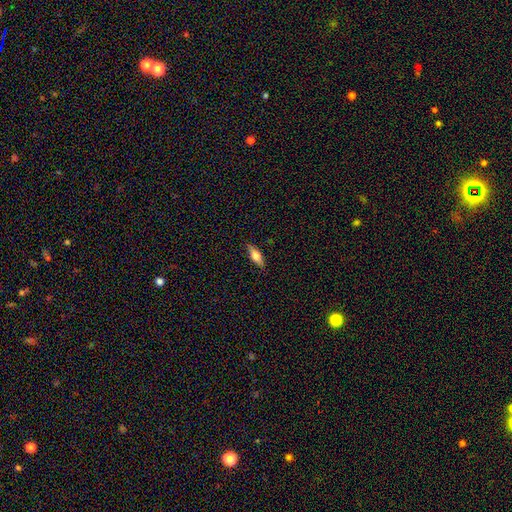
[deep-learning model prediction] A smooth galaxy with no disk features (62%) that is in between round and cigar-shaped (58%).

Vote fractions:
- Smooth or featured? smooth: 62% / featured or disk: 32% / star or artifact: 7%
- How rounded? in between: 58% / cigar-shaped: 39% / round: 3%
- Merging? none: 87% / minor disturbance: 10% / major disturbance: 2% / merger: 1%